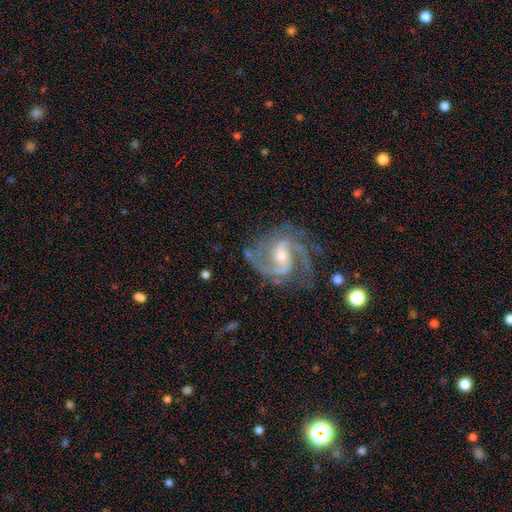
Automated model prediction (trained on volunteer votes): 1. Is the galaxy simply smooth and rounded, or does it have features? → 92% featured or disk, 5% star or artifact, 3% smooth.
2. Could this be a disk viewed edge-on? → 98% no, 2% yes.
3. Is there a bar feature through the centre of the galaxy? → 44% weak, 37% no, 20% strong.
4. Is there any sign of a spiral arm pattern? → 98% yes, 2% no.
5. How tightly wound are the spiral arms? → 59% medium, 25% tight, 16% loose.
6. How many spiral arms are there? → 64% 2, 19% 3, 6% can't tell, 4% 4, 4% 1, 3% more than 4.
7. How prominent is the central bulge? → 54% small, 42% moderate, 2% large, 1% none, 1% dominant.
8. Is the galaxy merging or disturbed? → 68% none, 18% minor disturbance, 11% major disturbance, 2% merger.